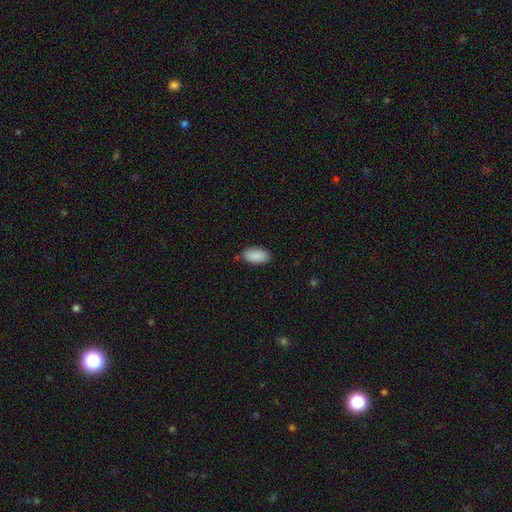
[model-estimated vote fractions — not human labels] This is clearly a smooth galaxy (90%). How rounded: clearly in between (94%). Merging: clearly none (83%).